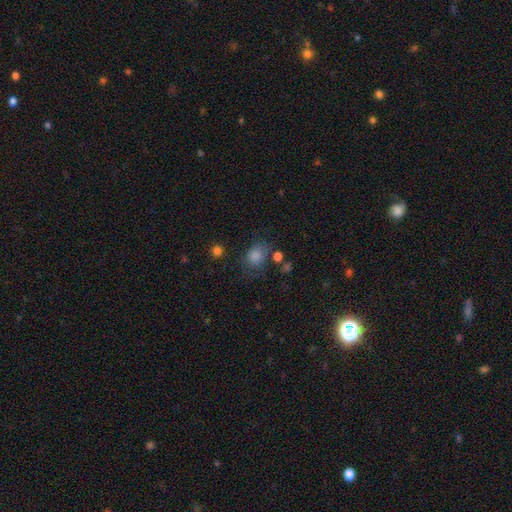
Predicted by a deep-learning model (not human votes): smooth_or_featured: smooth (p=0.81) [alt: star or artifact p=0.12]
how_rounded: in between (p=0.50) [alt: round p=0.49]
merging: none (p=0.58) [alt: minor disturbance p=0.23]